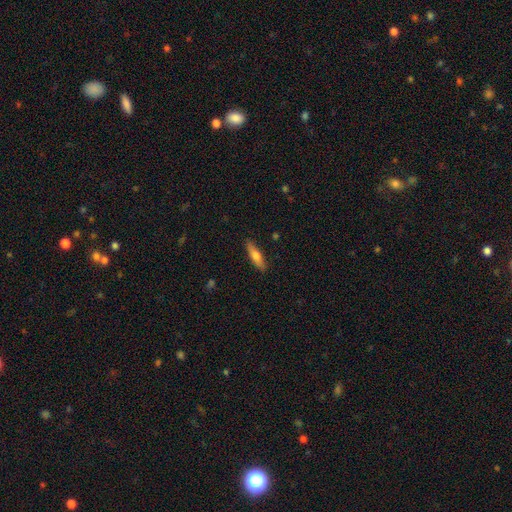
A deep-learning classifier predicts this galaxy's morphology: A smooth galaxy with no disk features (65%) that is cigar-shaped (70%).

Vote fractions:
- Smooth or featured? smooth: 65% / featured or disk: 29% / star or artifact: 6%
- How rounded? cigar-shaped: 70% / in between: 28% / round: 2%
- Merging? none: 88% / minor disturbance: 9% / major disturbance: 2% / merger: 1%